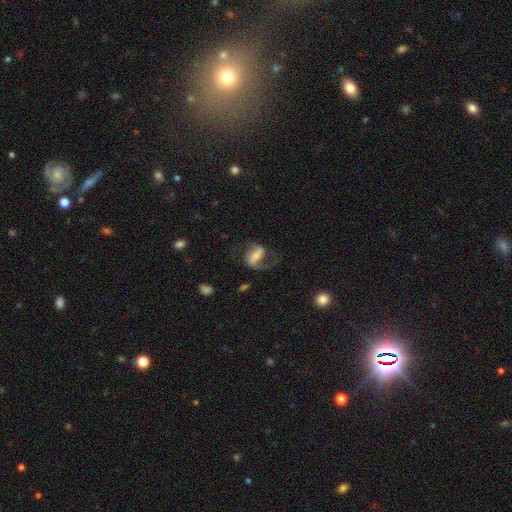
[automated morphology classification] smooth_or_featured: featured or disk (p=0.76) [alt: smooth p=0.16]
disk_edge_on: no (p=0.96) [alt: yes p=0.04]
bar: strong (p=0.51) [alt: weak p=0.33]
has_spiral_arms: yes (p=0.92) [alt: no p=0.08]
spiral_winding: medium (p=0.45) [alt: loose p=0.44]
spiral_arm_count: 2 (p=0.86) [alt: 1 p=0.07]
bulge_size: small (p=0.39) [alt: moderate p=0.32]
merging: none (p=0.60) [alt: major disturbance p=0.22]